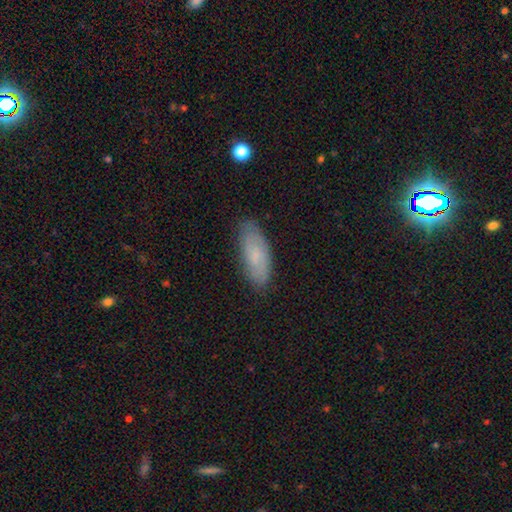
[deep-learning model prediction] Morphology: type=smooth (73%); roundness=in between (76%); merging=none (81%).